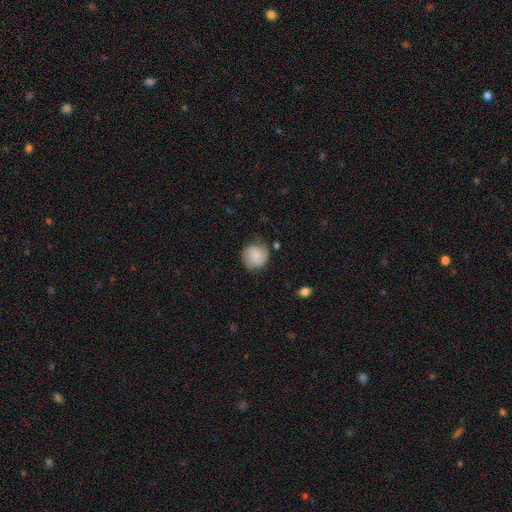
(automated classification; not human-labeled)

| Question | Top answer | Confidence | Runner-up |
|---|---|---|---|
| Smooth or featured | smooth | 65% | featured or disk (27%) |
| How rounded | round | 88% | in between (11%) |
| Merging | none | 74% | minor disturbance (19%) |